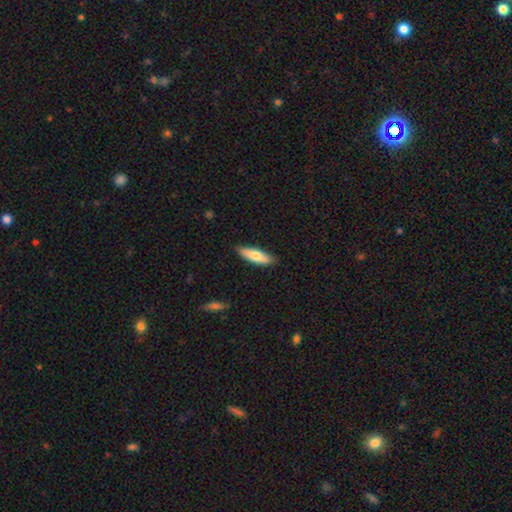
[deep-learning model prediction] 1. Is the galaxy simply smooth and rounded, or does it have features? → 71% smooth, 24% featured or disk, 5% star or artifact.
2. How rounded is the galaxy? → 52% in between, 46% cigar-shaped, 2% round.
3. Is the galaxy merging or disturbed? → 84% none, 13% minor disturbance, 2% major disturbance, 1% merger.